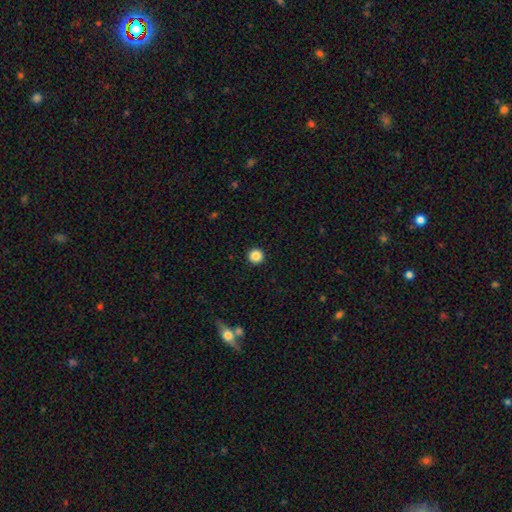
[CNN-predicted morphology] The model was most divided on "smooth or featured": smooth: 86%, star or artifact: 10%, featured or disk: 3%. More confident: how rounded — round (96%); merging — none (94%).